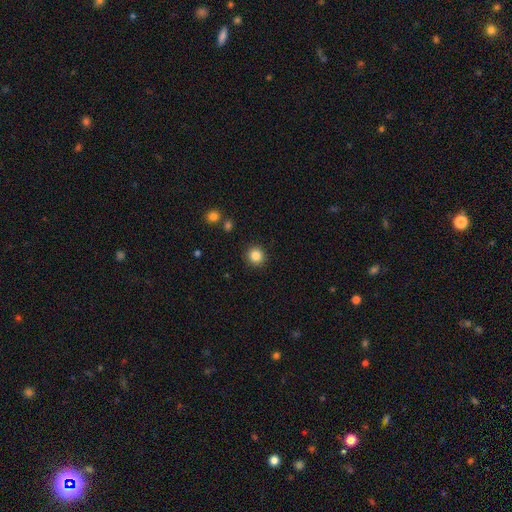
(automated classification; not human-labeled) Smooth or featured? smooth (84%)
How rounded? round (93%)
Merging? none (91%)